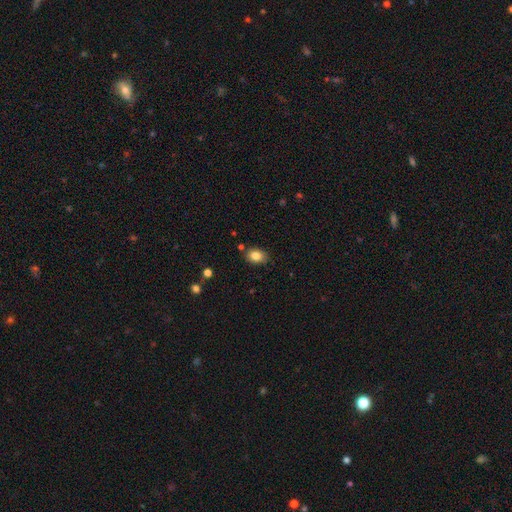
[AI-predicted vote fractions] This appears to be a smooth galaxy with no disk features (83%) that is in between round and cigar-shaped (71%). Merging: none (82%).